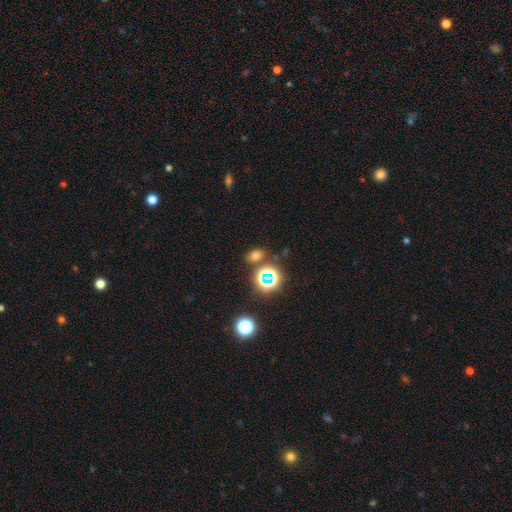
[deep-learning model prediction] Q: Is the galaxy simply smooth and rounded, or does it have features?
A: smooth — 62%.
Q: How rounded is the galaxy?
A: in between — 70%.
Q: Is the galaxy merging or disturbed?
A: none — 77%.